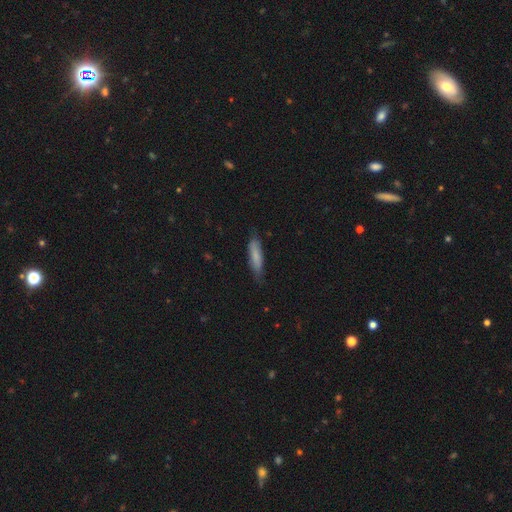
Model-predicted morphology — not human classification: Smooth or featured? smooth (77%)
How rounded? cigar-shaped (72%)
Merging? none (75%)